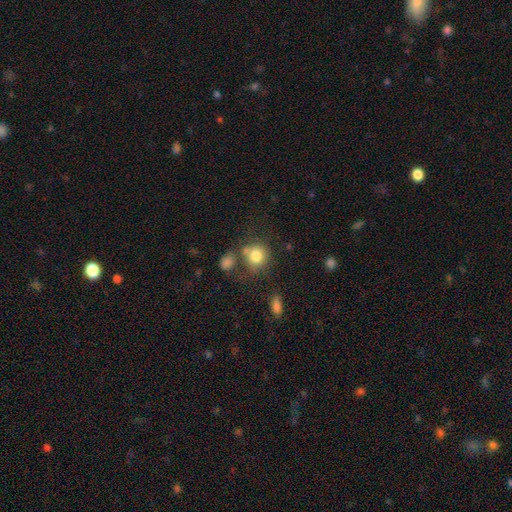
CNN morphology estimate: Smooth or featured? smooth (81%)
How rounded? round (79%)
Merging? none (55%)